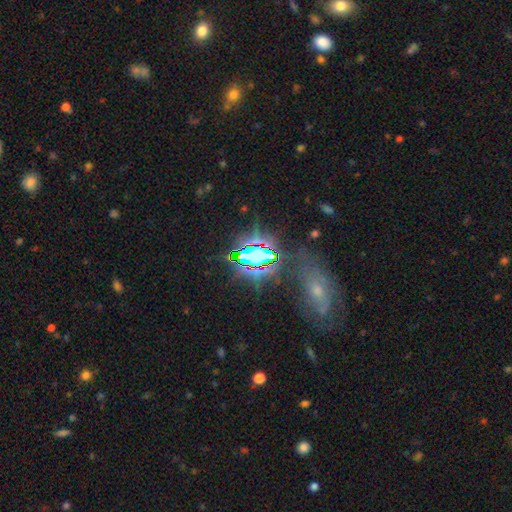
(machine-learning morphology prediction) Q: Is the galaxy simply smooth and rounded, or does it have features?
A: star or artifact — 72%.